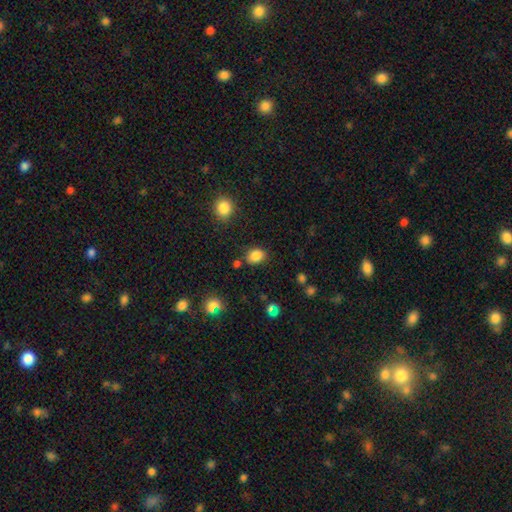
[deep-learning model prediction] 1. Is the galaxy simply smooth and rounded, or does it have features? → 85% smooth, 11% star or artifact, 5% featured or disk.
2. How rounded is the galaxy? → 63% in between, 36% round, 1% cigar-shaped.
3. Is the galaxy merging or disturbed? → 77% none, 14% minor disturbance, 5% merger, 4% major disturbance.